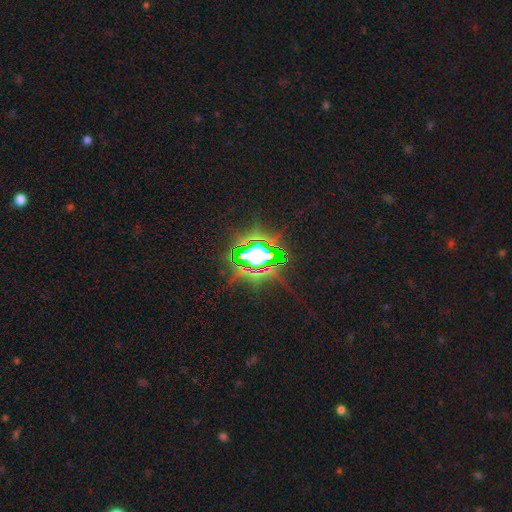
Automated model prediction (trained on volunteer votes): A star or artifact, not a galaxy (75%).

Vote fractions:
- Smooth or featured? star or artifact: 75% / featured or disk: 13% / smooth: 12%